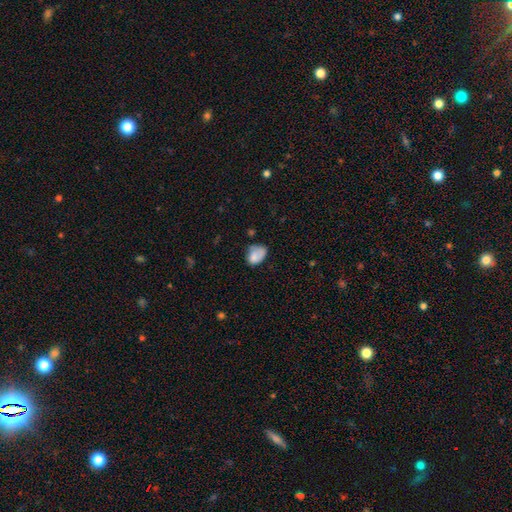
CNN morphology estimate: The model was most divided on "merging": none: 41%, minor disturbance: 35%, major disturbance: 17%, merger: 7%. More confident: smooth or featured — smooth (76%); how rounded — in between (76%).